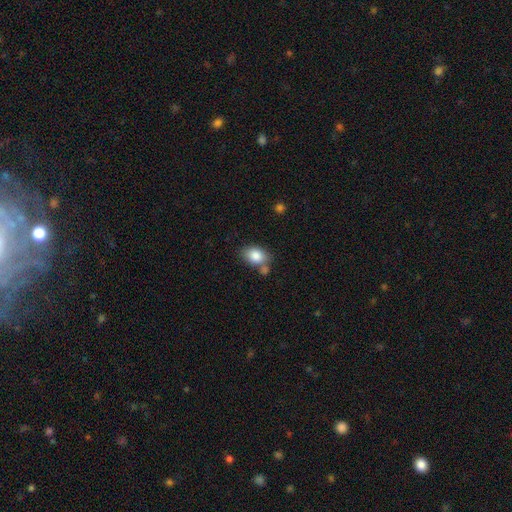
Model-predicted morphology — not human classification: smooth_or_featured: smooth (p=0.85) [alt: star or artifact p=0.08]
how_rounded: in between (p=0.76) [alt: round p=0.23]
merging: none (p=0.59) [alt: merger p=0.19]